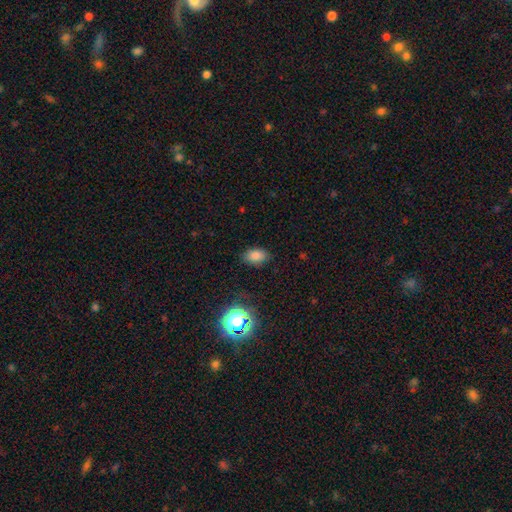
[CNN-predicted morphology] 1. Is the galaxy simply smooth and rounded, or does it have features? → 80% smooth, 14% star or artifact, 6% featured or disk.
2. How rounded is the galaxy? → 84% in between, 15% round, 1% cigar-shaped.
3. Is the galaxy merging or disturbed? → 82% none, 13% minor disturbance, 4% major disturbance, 1% merger.